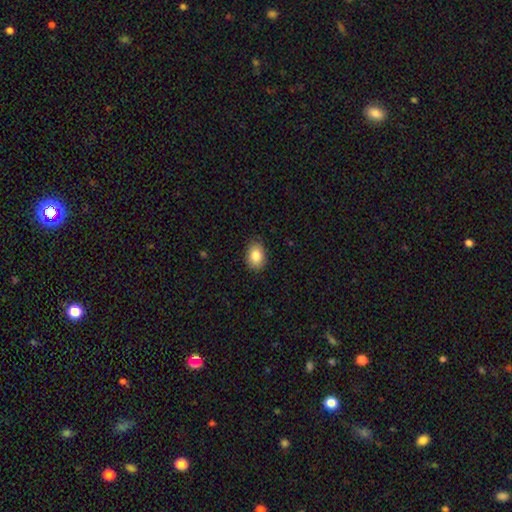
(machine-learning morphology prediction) Smooth or featured? smooth (85%)
How rounded? in between (76%)
Merging? none (86%)